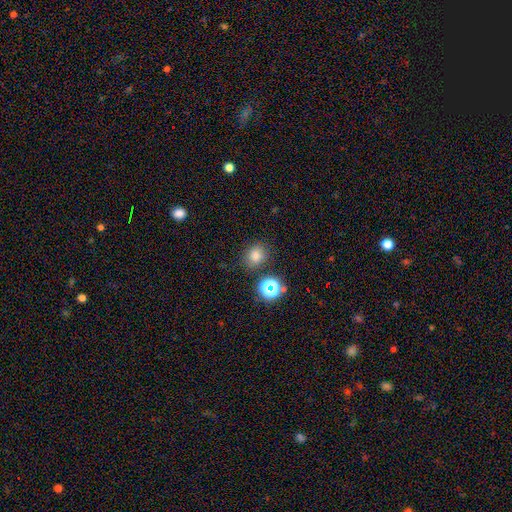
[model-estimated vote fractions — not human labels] Morphology: type=smooth (73%); roundness=round (69%); merging=none (82%).